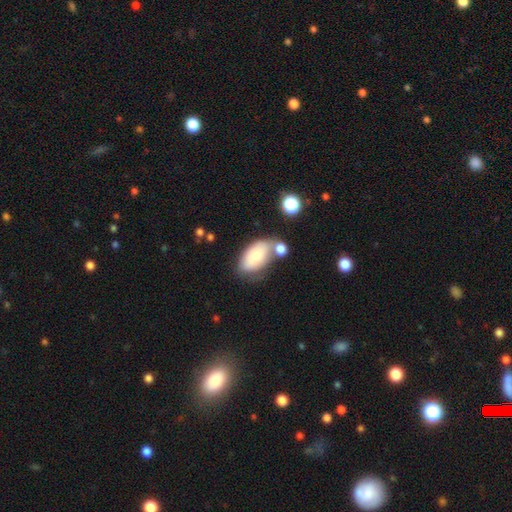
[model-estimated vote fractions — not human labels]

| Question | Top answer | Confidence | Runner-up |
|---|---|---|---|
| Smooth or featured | smooth | 75% | featured or disk (17%) |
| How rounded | in between | 93% | round (4%) |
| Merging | none | 45% | merger (25%) |